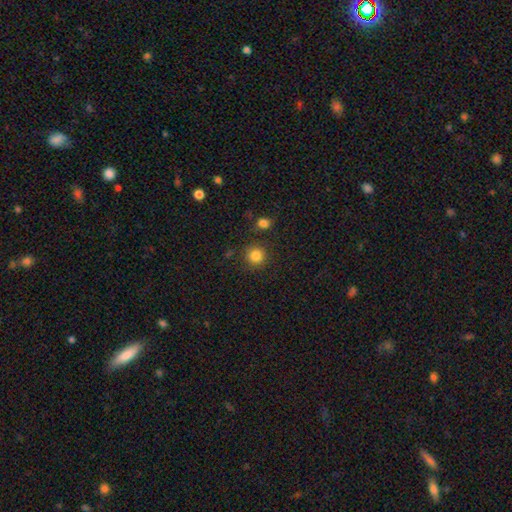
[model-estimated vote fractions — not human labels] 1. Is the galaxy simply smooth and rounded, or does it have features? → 84% smooth, 11% star or artifact, 5% featured or disk.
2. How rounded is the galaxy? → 93% round, 6% in between, 1% cigar-shaped.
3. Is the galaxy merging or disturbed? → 85% none, 8% minor disturbance, 4% merger, 3% major disturbance.